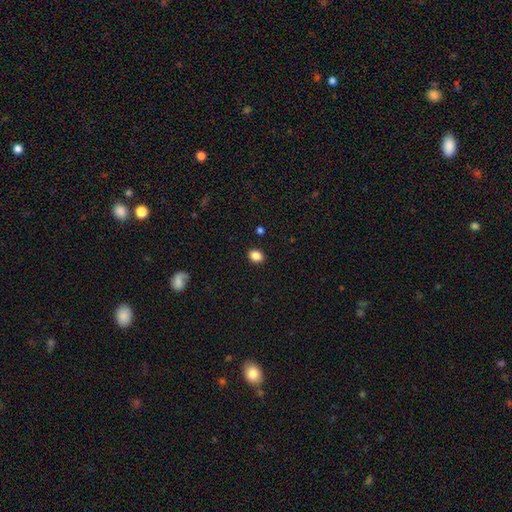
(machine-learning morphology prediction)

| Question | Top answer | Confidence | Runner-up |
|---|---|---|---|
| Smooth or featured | smooth | 86% | star or artifact (10%) |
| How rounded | in between | 57% | round (42%) |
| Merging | none | 89% | minor disturbance (7%) |